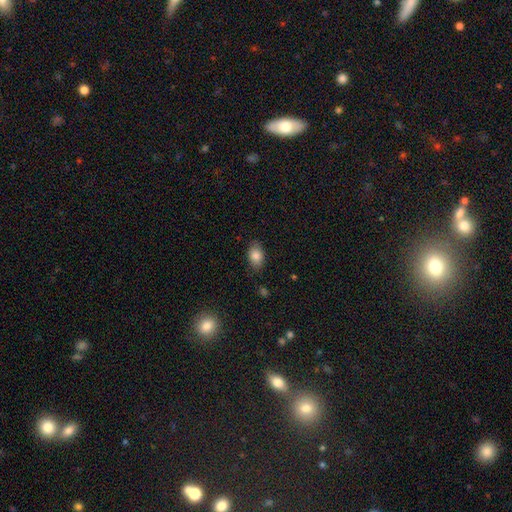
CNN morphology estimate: type=smooth (84%); roundness=in between (86%); merging=none (81%).